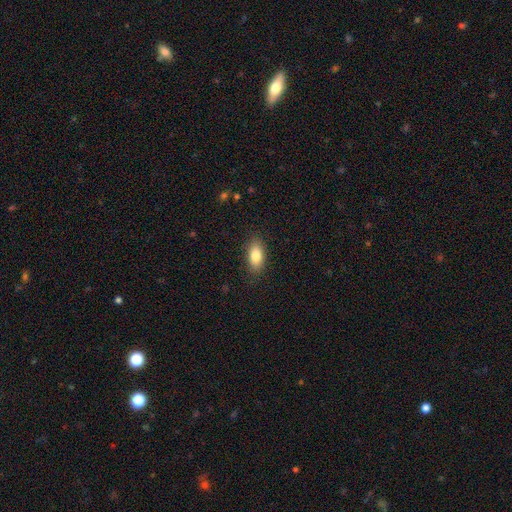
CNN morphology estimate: Overall: smooth (83%). How rounded: in between (88%). Merging: none (86%).